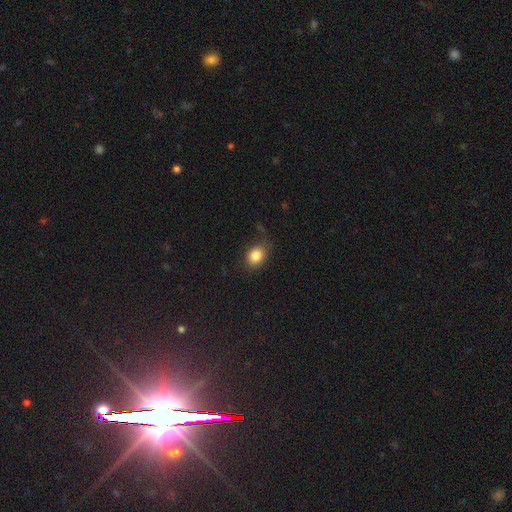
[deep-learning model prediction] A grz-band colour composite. It shows a smooth galaxy with no disk features (84%) that is in between round and cigar-shaped (57%). Merging: none (74%).